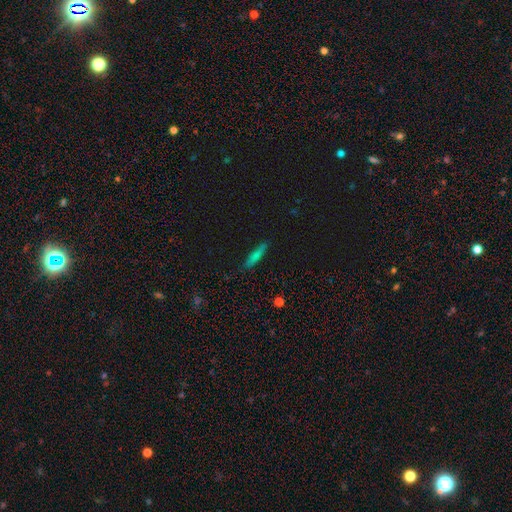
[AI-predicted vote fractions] The model was most divided on "smooth or featured": smooth: 67%, featured or disk: 22%, star or artifact: 11%. More confident: merging — none (88%); how rounded — cigar-shaped (87%).